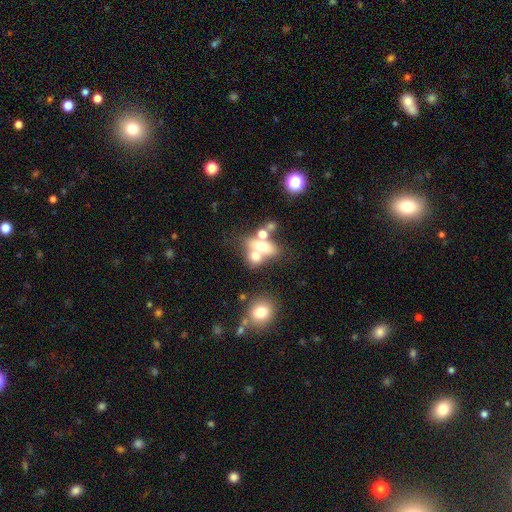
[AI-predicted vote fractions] A smooth galaxy with no disk features (59%) that is in between round and cigar-shaped (63%). Merging: merger (59%).